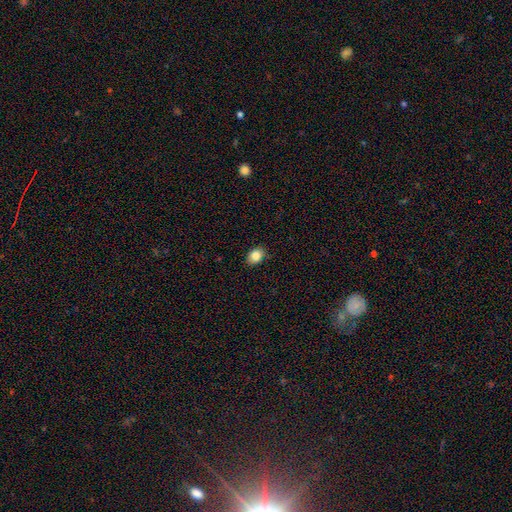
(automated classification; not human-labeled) Smooth or featured? Predicted: smooth (p=0.84). How rounded? Predicted: in between (p=0.68). Merging? Predicted: none (p=0.85).